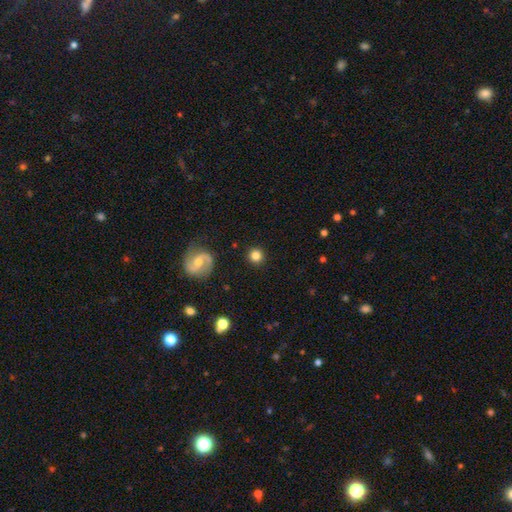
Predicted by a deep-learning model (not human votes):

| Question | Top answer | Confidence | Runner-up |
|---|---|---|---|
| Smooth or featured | smooth | 79% | featured or disk (11%) |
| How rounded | round | 94% | in between (5%) |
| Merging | none | 90% | minor disturbance (6%) |